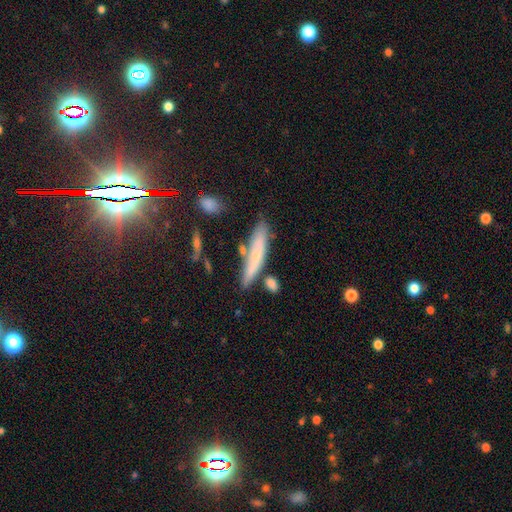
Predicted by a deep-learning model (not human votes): Q: Smooth or featured?
A: smooth (59%); runner-up: featured or disk (31%)
Q: How rounded?
A: cigar-shaped (82%); runner-up: in between (16%)
Q: Merging?
A: none (64%); runner-up: minor disturbance (20%)